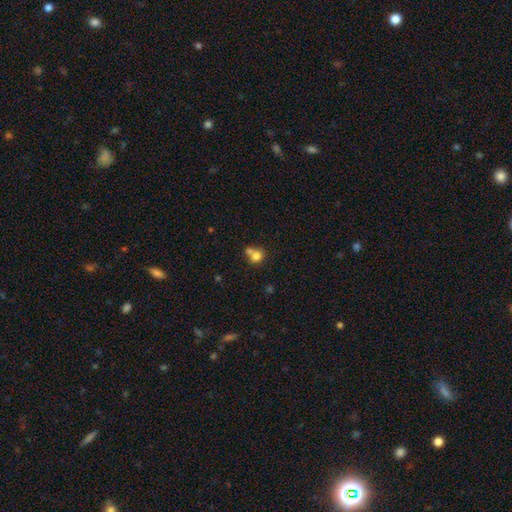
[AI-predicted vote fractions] smooth 76%, featured or disk 13%, star or artifact 11%. Down the decision tree: how rounded — round (70%); merging — merger (50%).